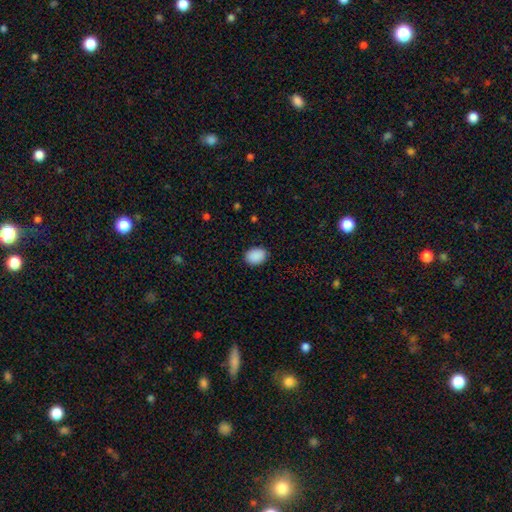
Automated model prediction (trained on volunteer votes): A smooth galaxy with no disk features (90%) that is in between round and cigar-shaped (72%). Merging: none (88%).